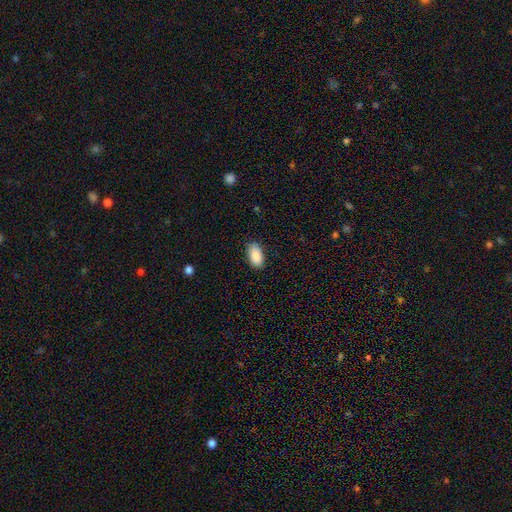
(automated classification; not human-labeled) Smooth or featured? Predicted: smooth (p=0.89). How rounded? Predicted: in between (p=0.94). Merging? Predicted: none (p=0.87).